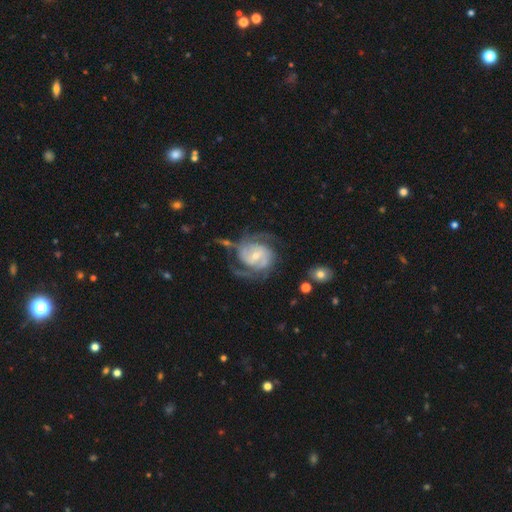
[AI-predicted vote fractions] smooth_or_featured: featured or disk (p=0.87) [alt: smooth p=0.09]
disk_edge_on: no (p=0.98) [alt: yes p=0.02]
bar: weak (p=0.47) [alt: no p=0.39]
has_spiral_arms: yes (p=0.95) [alt: no p=0.05]
spiral_winding: tight (p=0.44) [alt: medium p=0.42]
spiral_arm_count: 2 (p=0.48) [alt: 3 p=0.21]
bulge_size: small (p=0.58) [alt: moderate p=0.37]
merging: none (p=0.53) [alt: major disturbance p=0.22]